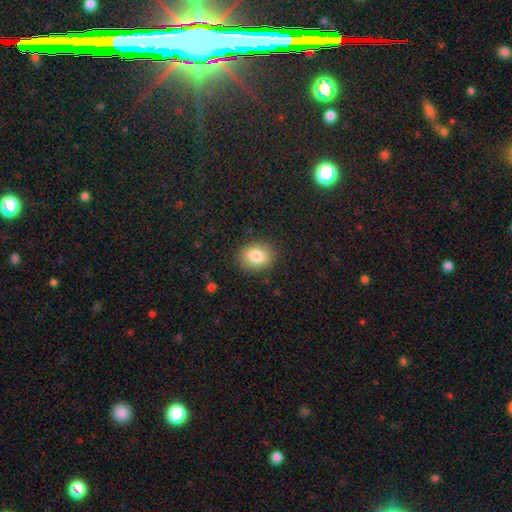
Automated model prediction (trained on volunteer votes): smooth_or_featured: smooth (p=0.83) [alt: star or artifact p=0.09]
how_rounded: in between (p=0.54) [alt: round p=0.45]
merging: none (p=0.87) [alt: minor disturbance p=0.09]